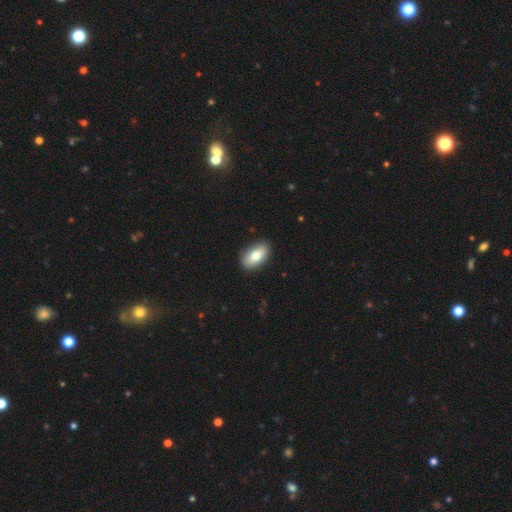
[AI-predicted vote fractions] Morphology: type=smooth (76%); roundness=in between (90%); merging=none (88%).